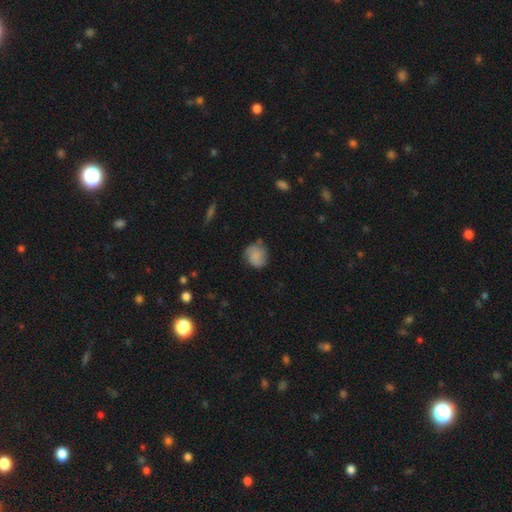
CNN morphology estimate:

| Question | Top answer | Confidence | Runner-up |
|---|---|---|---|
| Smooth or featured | smooth | 71% | featured or disk (20%) |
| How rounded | round | 69% | in between (30%) |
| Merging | none | 59% | minor disturbance (29%) |